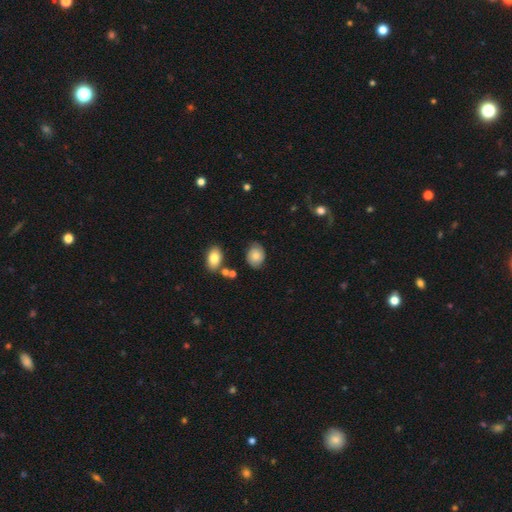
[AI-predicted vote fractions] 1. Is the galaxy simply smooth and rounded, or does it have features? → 63% smooth, 27% featured or disk, 10% star or artifact.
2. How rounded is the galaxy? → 58% in between, 41% round, 1% cigar-shaped.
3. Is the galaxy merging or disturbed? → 69% none, 21% minor disturbance, 6% major disturbance, 4% merger.